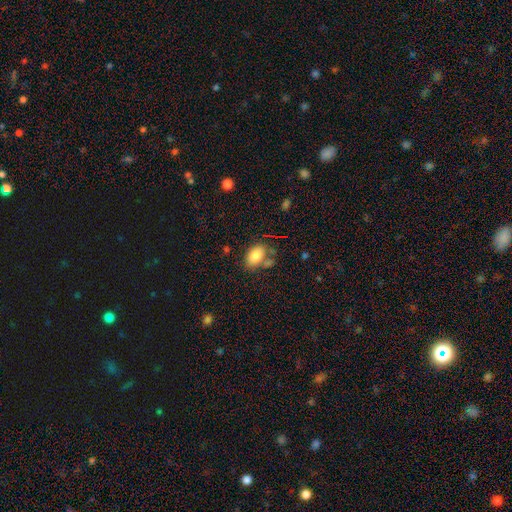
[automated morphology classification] smooth_or_featured: smooth (p=0.84) [alt: featured or disk p=0.09]
how_rounded: in between (p=0.91) [alt: round p=0.08]
merging: none (p=0.63) [alt: minor disturbance p=0.17]